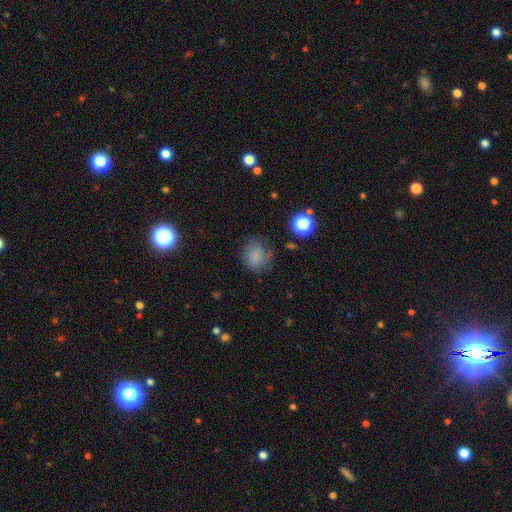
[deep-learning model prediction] Morphology: type=smooth (77%); roundness=round (78%); merging=none (70%).